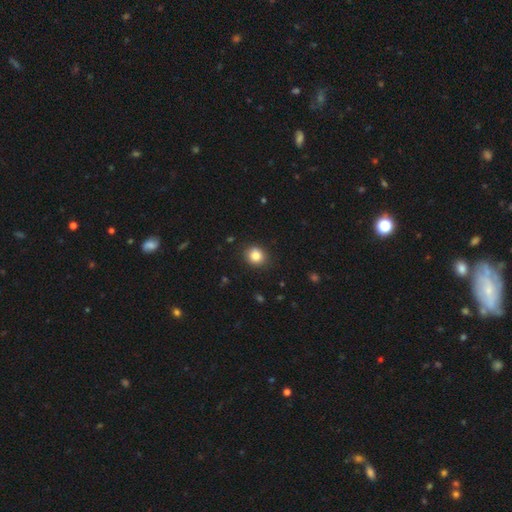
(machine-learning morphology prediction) This is clearly a smooth galaxy (84%). How rounded: likely round (78%). Merging: clearly none (89%).